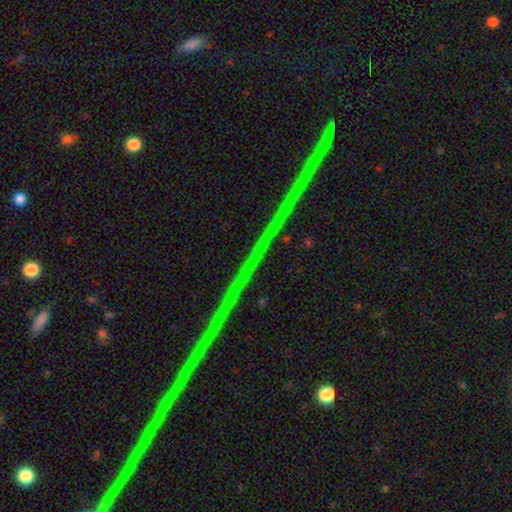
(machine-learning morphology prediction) Q: Smooth or featured?
A: star or artifact (79%); runner-up: featured or disk (15%)